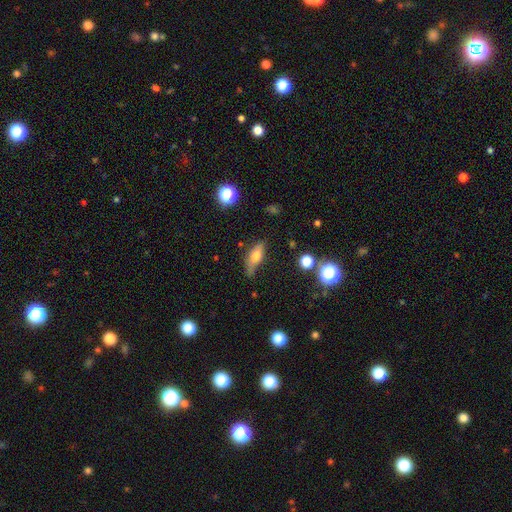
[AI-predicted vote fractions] Smooth or featured: smooth — 60% (featured or disk — 31%)
How rounded: in between — 65% (cigar-shaped — 30%)
Merging: none — 63% (minor disturbance — 27%)